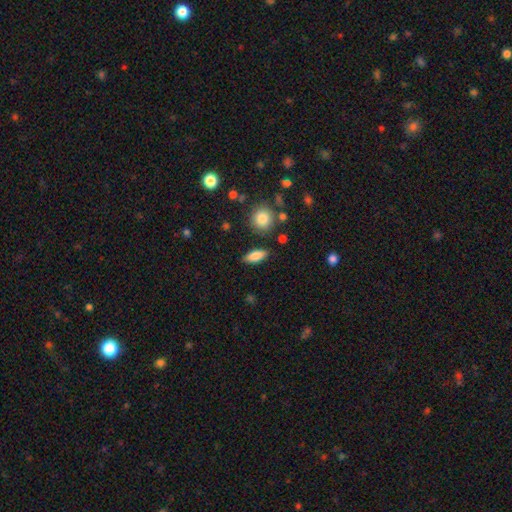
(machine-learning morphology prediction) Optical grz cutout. It shows a smooth galaxy with no disk features (82%) that is in between round and cigar-shaped (76%). Merging: none (84%).